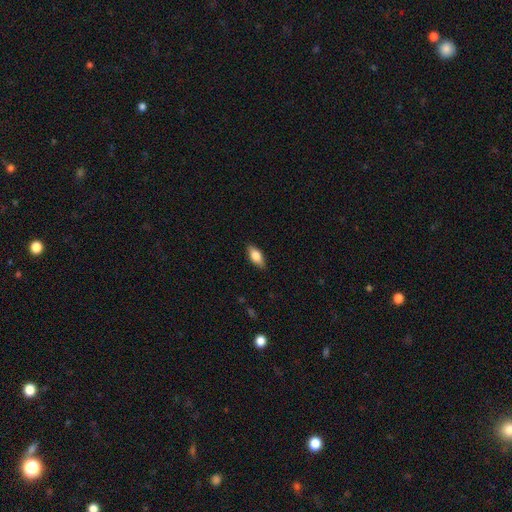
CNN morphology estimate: A smooth galaxy with no disk features (76%) that is in between round and cigar-shaped (83%).

Vote fractions:
- Smooth or featured? smooth: 76% / featured or disk: 18% / star or artifact: 6%
- How rounded? in between: 83% / cigar-shaped: 14% / round: 3%
- Merging? none: 87% / minor disturbance: 10% / major disturbance: 2% / merger: 1%